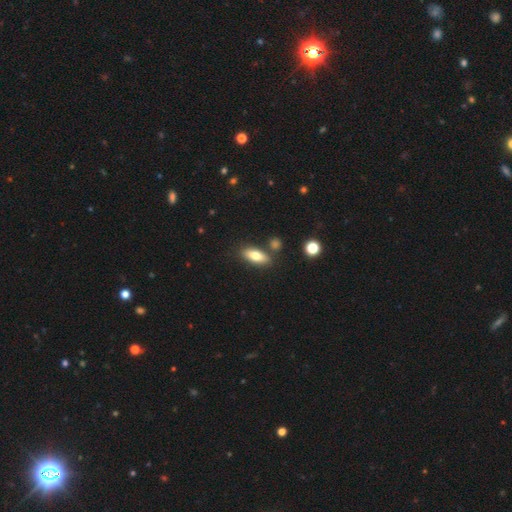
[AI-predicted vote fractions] A smooth galaxy with no disk features (77%) that is in between round and cigar-shaped (77%). Merging: none (78%).